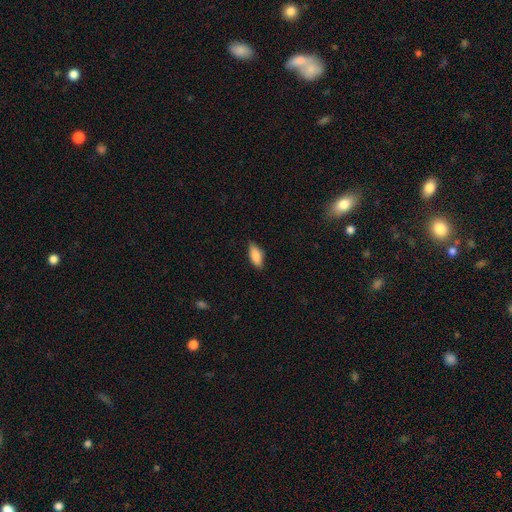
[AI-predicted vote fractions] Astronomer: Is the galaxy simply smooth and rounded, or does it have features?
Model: smooth — 85%.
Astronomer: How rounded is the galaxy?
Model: in between — 84%.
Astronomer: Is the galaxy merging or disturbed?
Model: none — 79%.